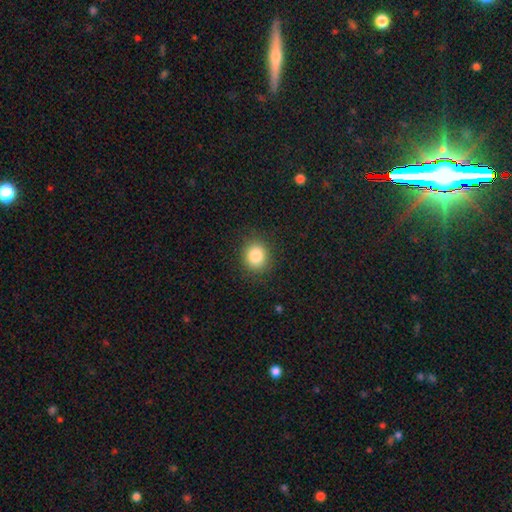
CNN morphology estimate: type=smooth (84%); roundness=round (75%); merging=none (88%).